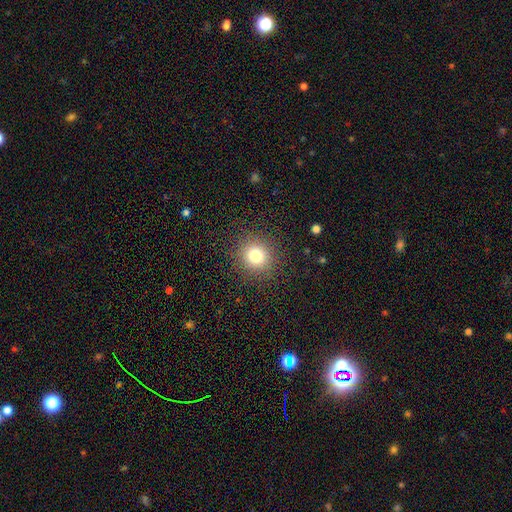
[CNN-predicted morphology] smooth_or_featured: smooth (p=0.78) [alt: star or artifact p=0.14]
how_rounded: round (p=0.89) [alt: in between p=0.10]
merging: none (p=0.89) [alt: minor disturbance p=0.07]